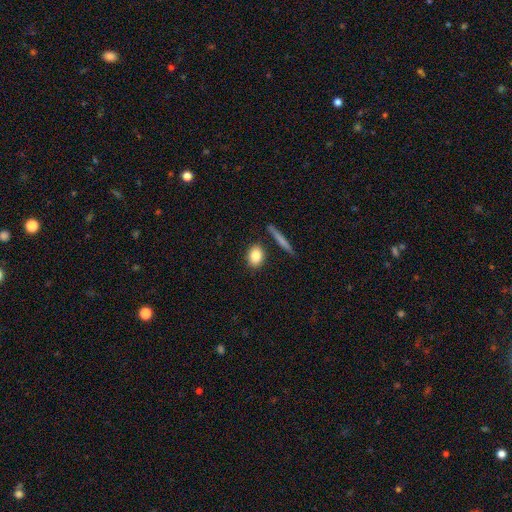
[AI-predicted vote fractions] Smooth or featured? Predicted: smooth (p=0.82). How rounded? Predicted: in between (p=0.61). Merging? Predicted: none (p=0.82).